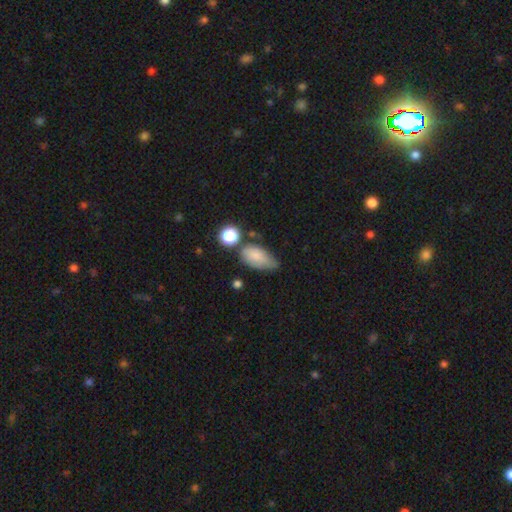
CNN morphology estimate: This is likely a smooth galaxy (77%). How rounded: clearly in between (88%). Merging: marginally minor disturbance (40%).